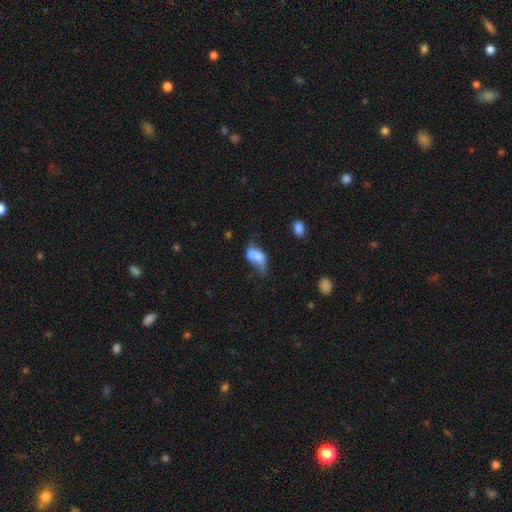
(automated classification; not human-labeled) Overall: smooth (63%; featured or disk 28%). How rounded: in between (87%). Merging: merger (30%; minor disturbance 25%).